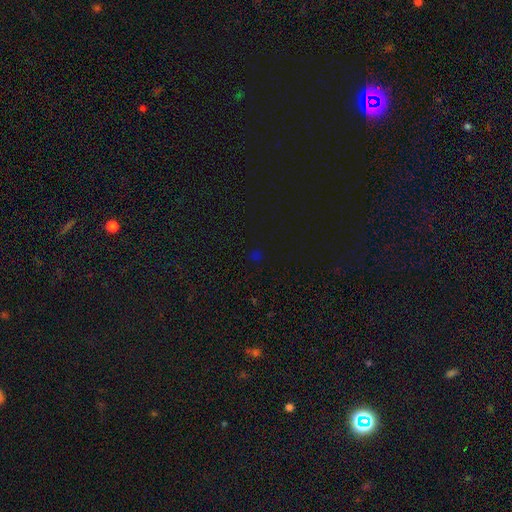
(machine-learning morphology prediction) Q: Smooth or featured?
A: star or artifact (56%); runner-up: smooth (38%)